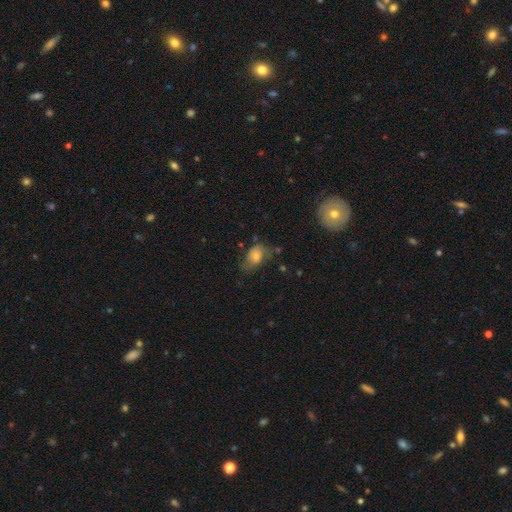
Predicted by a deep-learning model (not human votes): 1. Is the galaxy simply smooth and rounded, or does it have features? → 60% smooth, 30% featured or disk, 10% star or artifact.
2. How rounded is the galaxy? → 81% in between, 18% round, 2% cigar-shaped.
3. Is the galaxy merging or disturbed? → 47% none, 30% minor disturbance, 20% major disturbance, 3% merger.